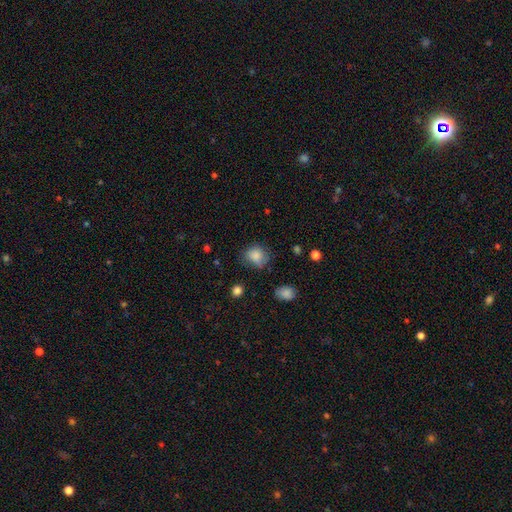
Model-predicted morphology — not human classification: The model was most divided on "merging": none: 61%, minor disturbance: 28%, major disturbance: 9%, merger: 2%. More confident: smooth or featured — smooth (84%); how rounded — round (69%).